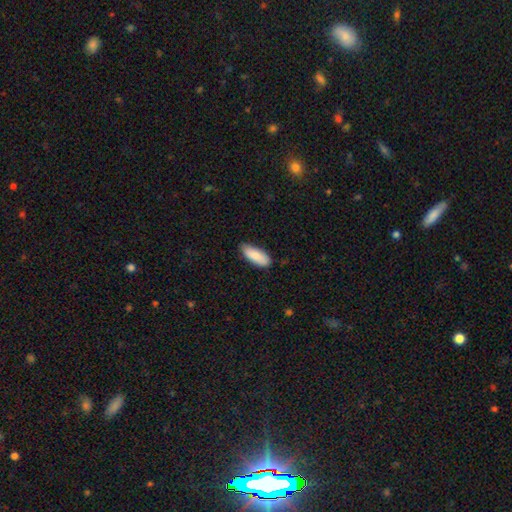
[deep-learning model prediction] smooth 87%, featured or disk 7%, star or artifact 6%. Down the decision tree: how rounded — in between (78%); merging — none (80%).